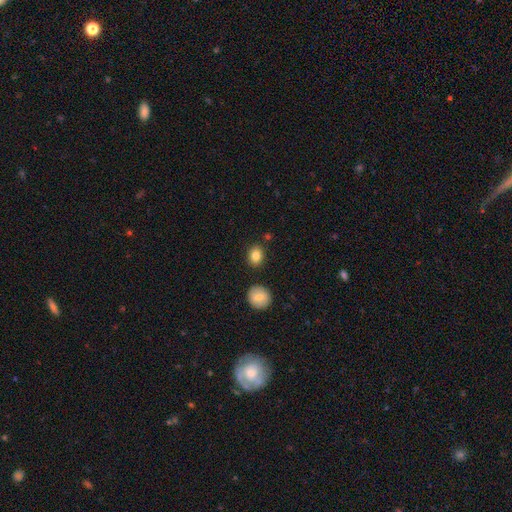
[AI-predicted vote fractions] Smooth or featured? Predicted: smooth (p=0.83). How rounded? Predicted: round (p=0.52). Merging? Predicted: none (p=0.84).